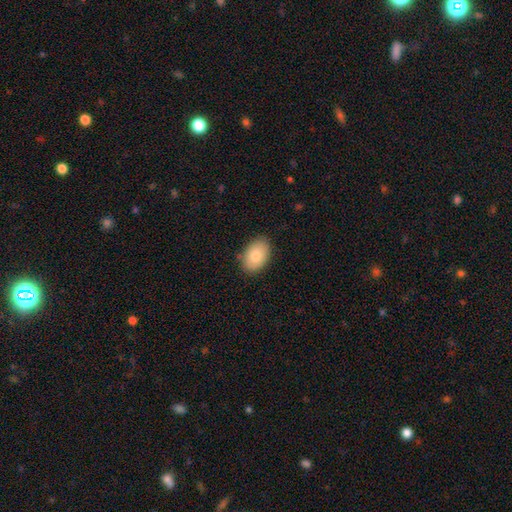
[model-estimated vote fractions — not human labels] A smooth galaxy with no disk features (82%) that is in between round and cigar-shaped (88%). Merging: none (85%).